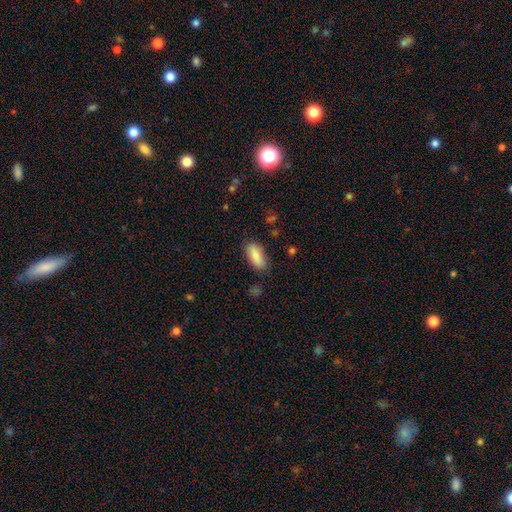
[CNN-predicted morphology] Q: Smooth or featured?
A: smooth (88%); runner-up: star or artifact (7%)
Q: How rounded?
A: in between (82%); runner-up: cigar-shaped (16%)
Q: Merging?
A: none (83%); runner-up: minor disturbance (13%)